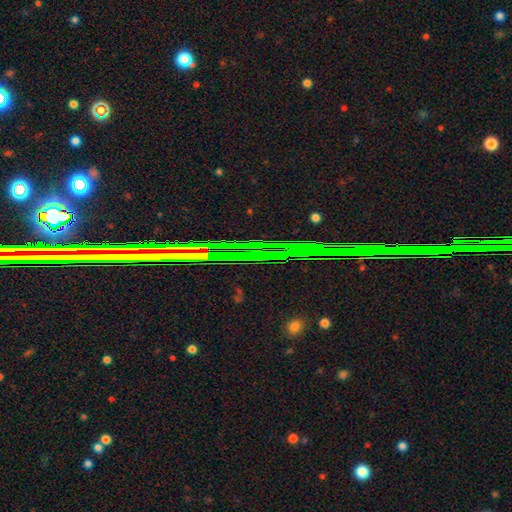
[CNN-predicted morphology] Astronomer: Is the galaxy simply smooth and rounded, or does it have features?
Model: star or artifact — 78%.